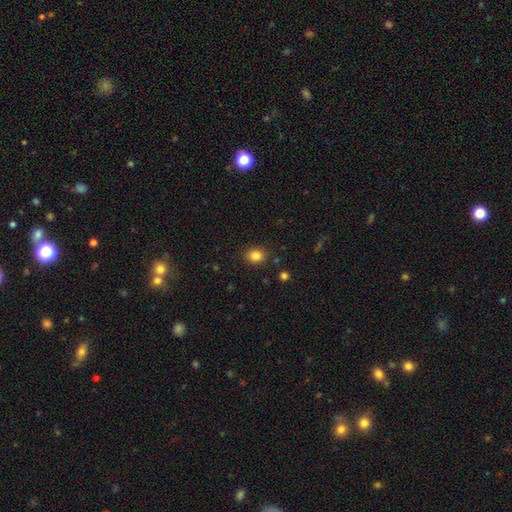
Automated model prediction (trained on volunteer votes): smooth-or-featured: smooth: 84% | star or artifact: 11% | featured or disk: 5%
  how-rounded: round: 66% | in between: 33% | cigar-shaped: 1%
  merging: none: 88% | minor disturbance: 8% | major disturbance: 2% | merger: 2%